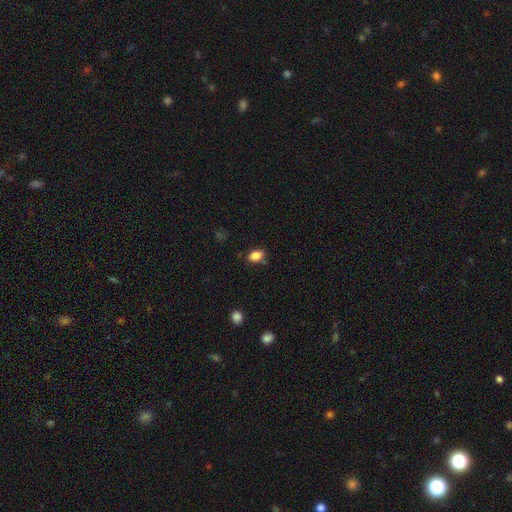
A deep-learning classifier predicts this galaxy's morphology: A smooth galaxy with no disk features (86%) that is in between round and cigar-shaped (86%). Merging: none (77%).